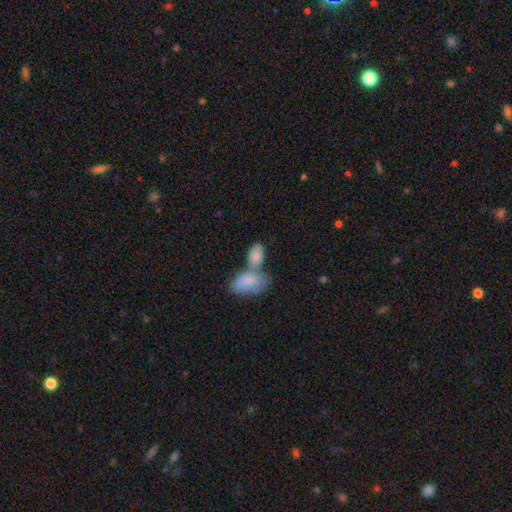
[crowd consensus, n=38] Smooth or featured? smooth (87%)
How rounded? in between (97%)
Merging? merger (51%)